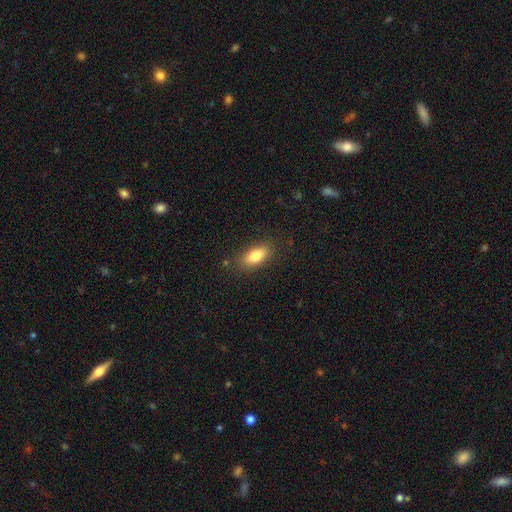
Smooth or featured?
  - smooth: 84% *
  - featured or disk: 11%
  - star or artifact: 5%
How rounded?
  - in between: 88% *
  - round: 6%
  - cigar-shaped: 6%
Merging?
  - none: 83% *
  - major disturbance: 8%
  - minor disturbance: 6%
  - merger: 3%